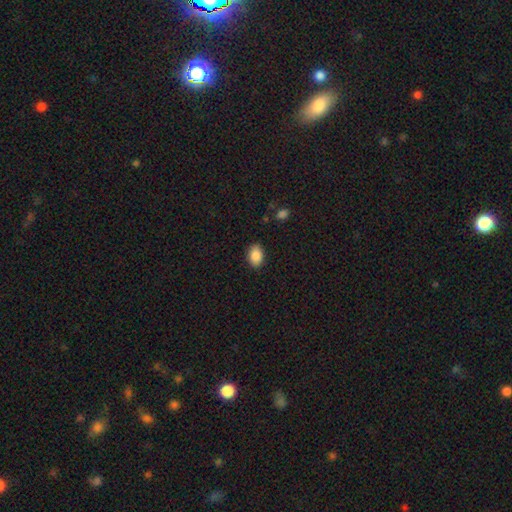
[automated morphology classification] Smooth or featured? Predicted: smooth (p=0.88). How rounded? Predicted: in between (p=0.85). Merging? Predicted: none (p=0.88).